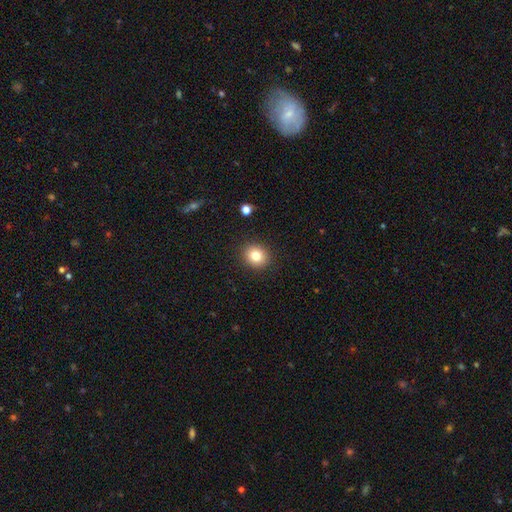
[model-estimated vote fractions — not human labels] The model was most divided on "how rounded": round: 78%, in between: 21%, cigar-shaped: 1%. More confident: merging — none (90%); smooth or featured — smooth (80%).